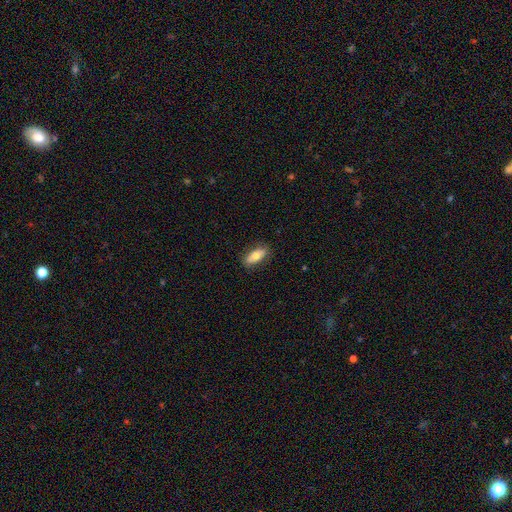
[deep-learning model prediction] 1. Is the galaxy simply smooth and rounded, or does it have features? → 70% smooth, 24% featured or disk, 6% star or artifact.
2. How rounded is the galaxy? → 84% in between, 13% cigar-shaped, 3% round.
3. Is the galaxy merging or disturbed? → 83% none, 13% minor disturbance, 3% major disturbance, 1% merger.